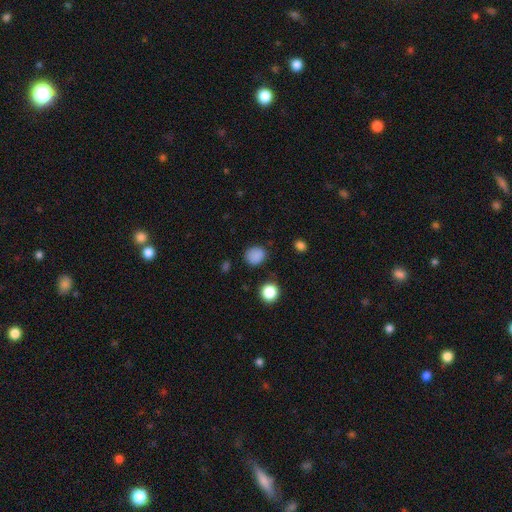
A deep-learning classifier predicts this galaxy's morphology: This appears to be a smooth galaxy with no disk features (83%) that is round (74%). Merging: none (80%).